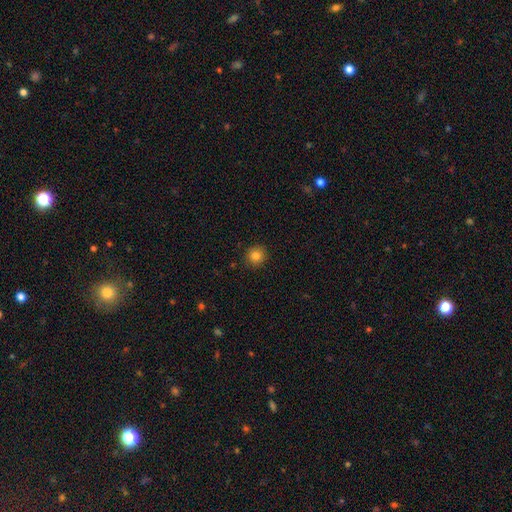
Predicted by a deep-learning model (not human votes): The model was most divided on "smooth or featured": smooth: 82%, star or artifact: 12%, featured or disk: 6%. More confident: how rounded — round (93%); merging — none (91%).